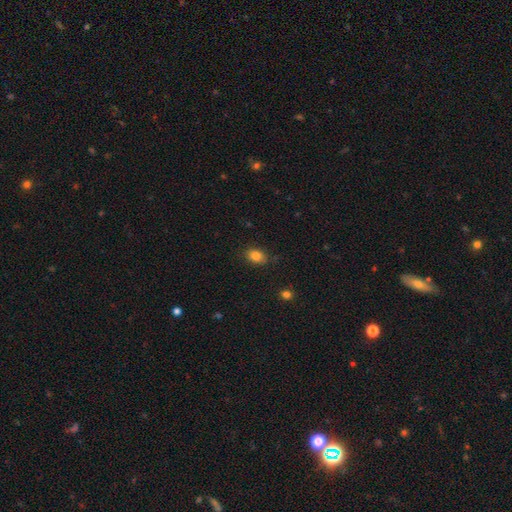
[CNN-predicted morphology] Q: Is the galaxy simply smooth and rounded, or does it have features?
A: smooth — 85%.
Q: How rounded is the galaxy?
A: in between — 74%.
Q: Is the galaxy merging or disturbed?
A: none — 81%.